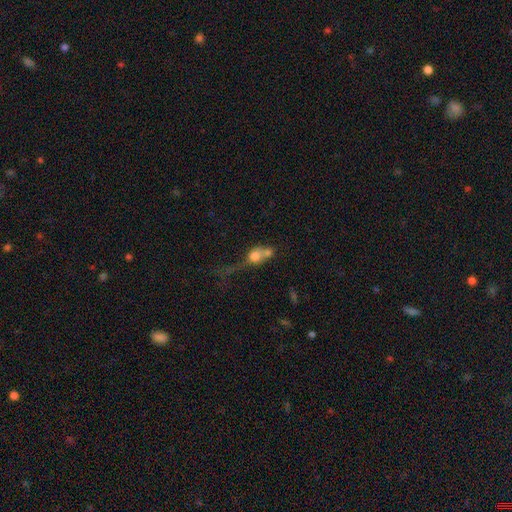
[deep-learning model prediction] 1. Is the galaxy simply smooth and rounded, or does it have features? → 63% smooth, 25% featured or disk, 11% star or artifact.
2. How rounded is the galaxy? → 57% round, 37% in between, 6% cigar-shaped.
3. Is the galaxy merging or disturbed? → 51% merger, 20% major disturbance, 19% none, 10% minor disturbance.